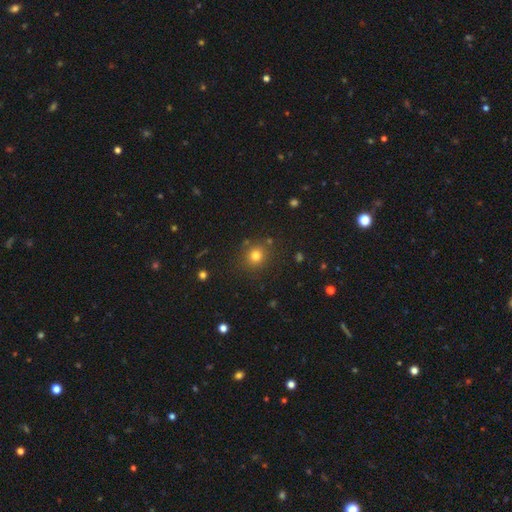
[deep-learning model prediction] This appears to be a smooth galaxy with no disk features (77%) that is round (88%). Merging: none (84%).